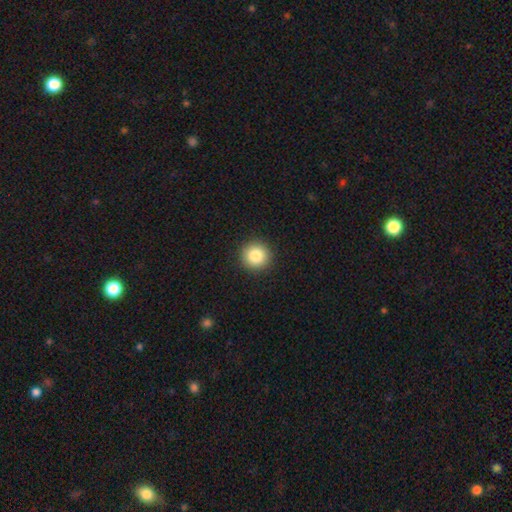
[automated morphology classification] Smooth or featured: smooth — 84% (star or artifact — 10%)
How rounded: round — 95% (in between — 4%)
Merging: none — 93% (minor disturbance — 5%)